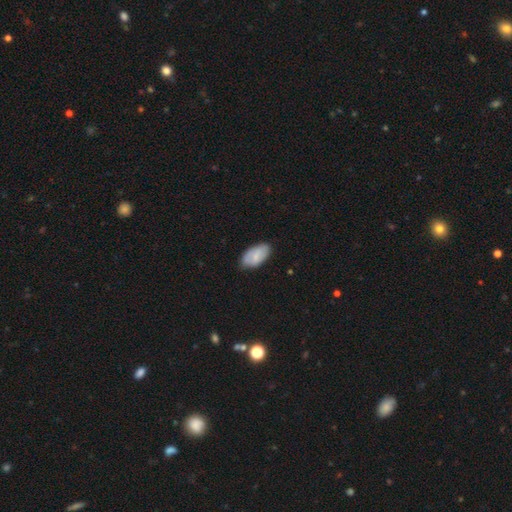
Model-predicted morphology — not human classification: This appears to be a smooth galaxy with no disk features (73%) that is in between round and cigar-shaped (95%). Merging: none (78%).